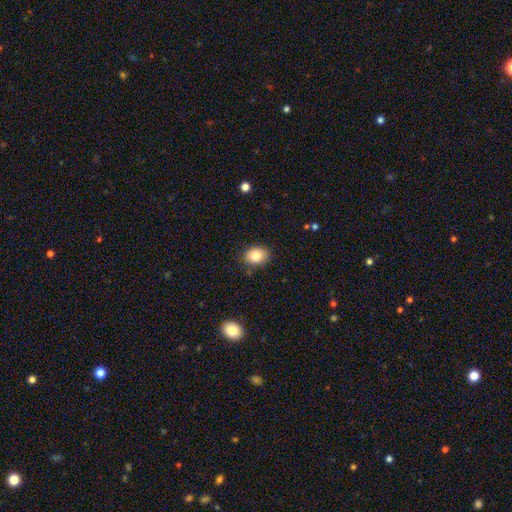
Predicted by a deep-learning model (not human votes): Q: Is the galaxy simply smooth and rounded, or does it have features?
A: smooth — 86%.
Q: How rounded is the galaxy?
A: in between — 69%.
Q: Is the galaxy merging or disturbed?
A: none — 83%.